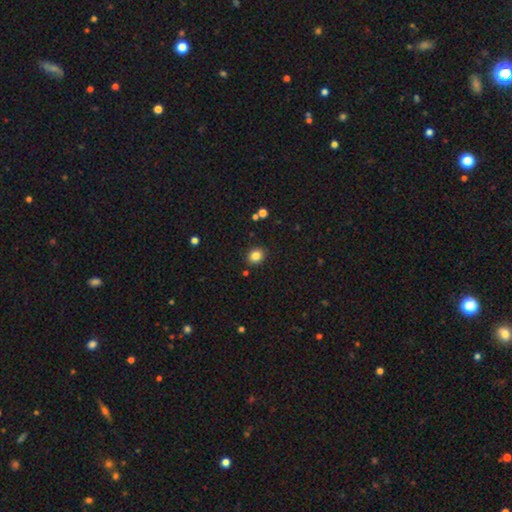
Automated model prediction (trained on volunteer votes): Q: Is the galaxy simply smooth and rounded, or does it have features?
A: smooth — 83%.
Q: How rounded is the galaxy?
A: round — 62%.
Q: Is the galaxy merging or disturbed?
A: none — 88%.